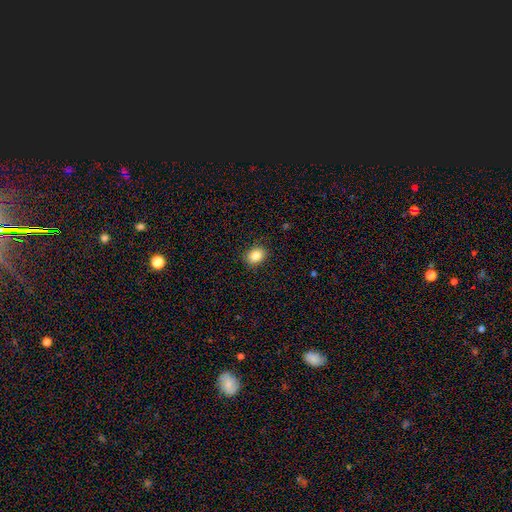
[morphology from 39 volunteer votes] smooth 90%, star or artifact 8%, featured or disk 3%. Down the decision tree: how rounded — in between (60%); merging — none (92%).